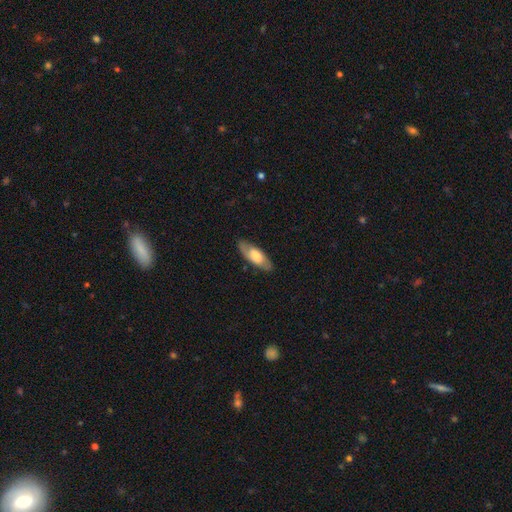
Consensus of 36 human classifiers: Volunteers were most divided on "bar": no: 54%, weak: 46%, strong: 0%. More confident: merging — none (97%); edge-on disk — no (68%); spiral arms — no (62%); bulge size — large (62%); smooth or featured — featured or disk (53%).